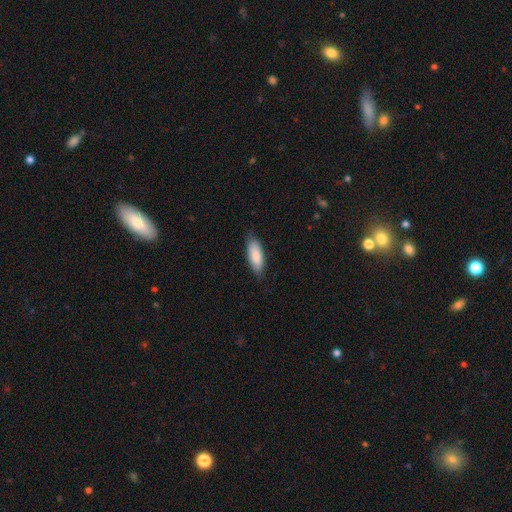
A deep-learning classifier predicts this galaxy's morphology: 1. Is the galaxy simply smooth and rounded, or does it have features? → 85% smooth, 9% featured or disk, 5% star or artifact.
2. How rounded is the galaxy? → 69% in between, 30% cigar-shaped, 2% round.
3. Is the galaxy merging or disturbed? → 80% none, 16% minor disturbance, 3% major disturbance, 1% merger.